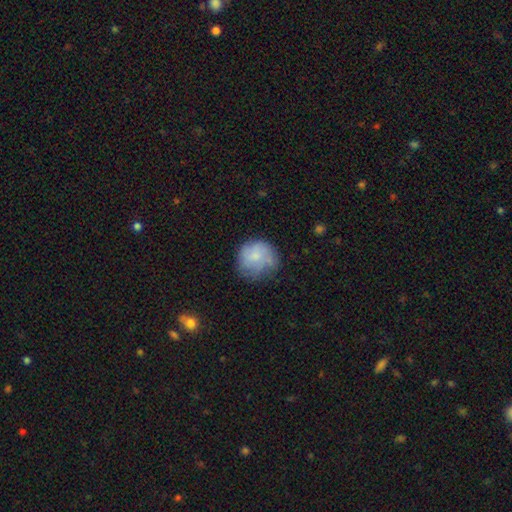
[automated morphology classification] This is likely a smooth galaxy (61%). How rounded: clearly round (85%). Merging: possibly none (55%).